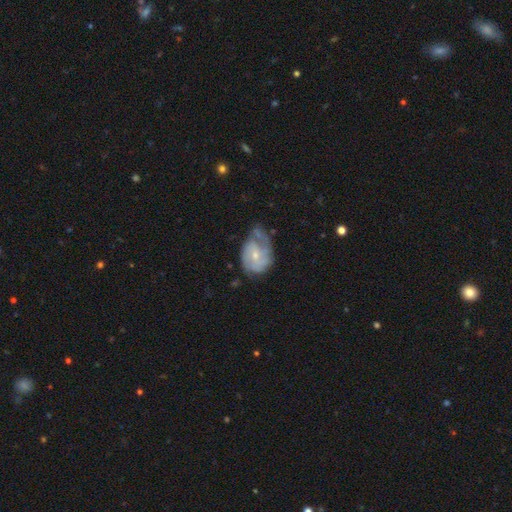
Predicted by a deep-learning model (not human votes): Smooth or featured?
  - featured or disk: 67% *
  - smooth: 26%
  - star or artifact: 6%
Edge-on disk?
  - no: 97% *
  - yes: 3%
Bar?
  - no: 59% *
  - weak: 36%
  - strong: 6%
Spiral arms?
  - yes: 80% *
  - no: 20%
Spiral winding?
  - tight: 41% *
  - medium: 39%
  - loose: 20%
Spiral arm count?
  - 2: 36% *
  - can't tell: 33%
  - 1: 14%
  - 3: 12%
  - 4: 3%
  - more than 4: 3%
Bulge size?
  - small: 60% *
  - moderate: 35%
  - none: 3%
  - large: 1%
  - dominant: 1%
Merging?
  - minor disturbance: 35% *
  - none: 34%
  - major disturbance: 26%
  - merger: 5%